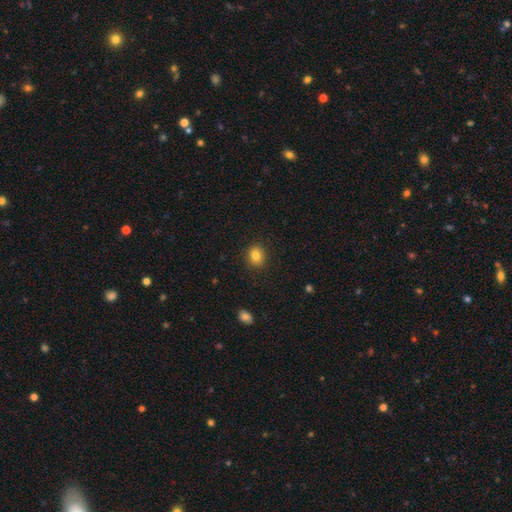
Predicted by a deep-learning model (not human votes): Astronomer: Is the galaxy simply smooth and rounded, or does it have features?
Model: smooth — 83%.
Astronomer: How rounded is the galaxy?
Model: round — 70%.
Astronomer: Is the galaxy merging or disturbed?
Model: none — 90%.